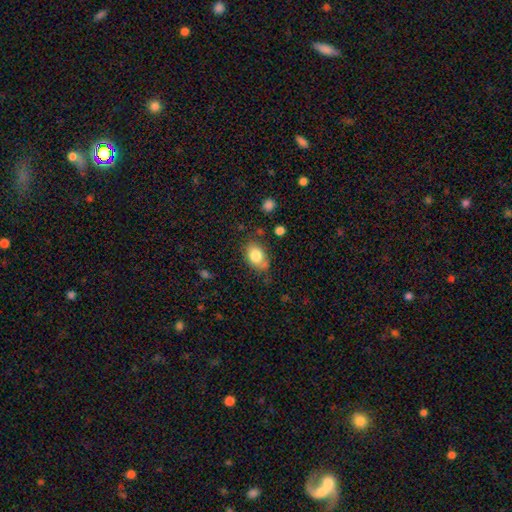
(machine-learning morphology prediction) Smooth or featured: smooth — 82% (featured or disk — 10%)
How rounded: in between — 76% (round — 23%)
Merging: none — 68% (minor disturbance — 22%)